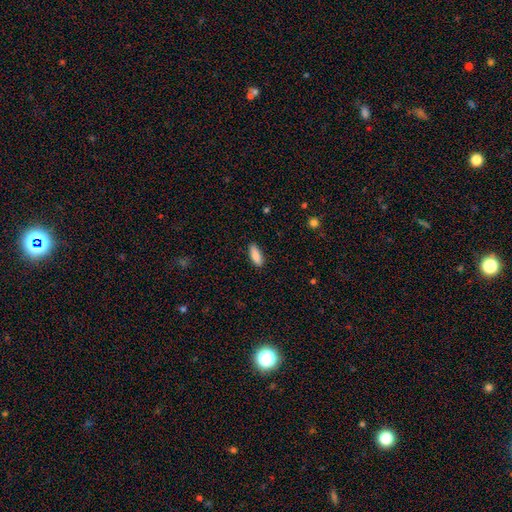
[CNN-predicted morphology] A smooth galaxy with no disk features (88%) that is in between round and cigar-shaped (66%).

Vote fractions:
- Smooth or featured? smooth: 88% / star or artifact: 6% / featured or disk: 6%
- How rounded? in between: 66% / cigar-shaped: 32% / round: 2%
- Merging? none: 86% / minor disturbance: 11% / major disturbance: 2% / merger: 1%